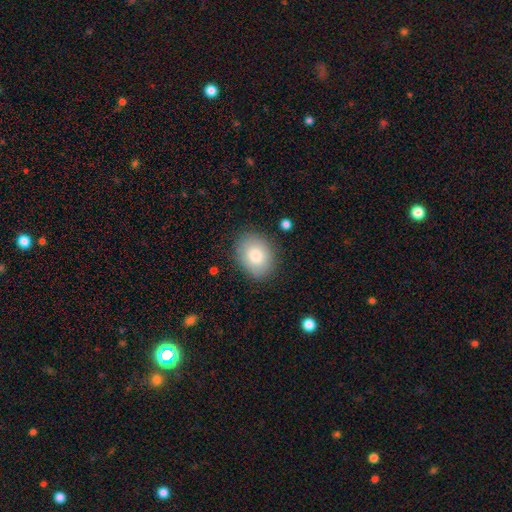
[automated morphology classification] Overall: smooth (82%). How rounded: in between (56%; round 43%). Merging: none (86%).